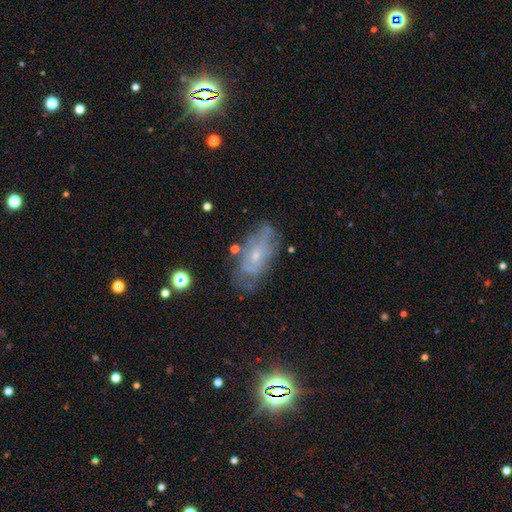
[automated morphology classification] featured or disk 62%, smooth 27%, star or artifact 11%. Down the decision tree: edge-on disk — no (89%); bar — no (75%); spiral arms — yes (61%); bulge size — small (71%); merging — none (61%).